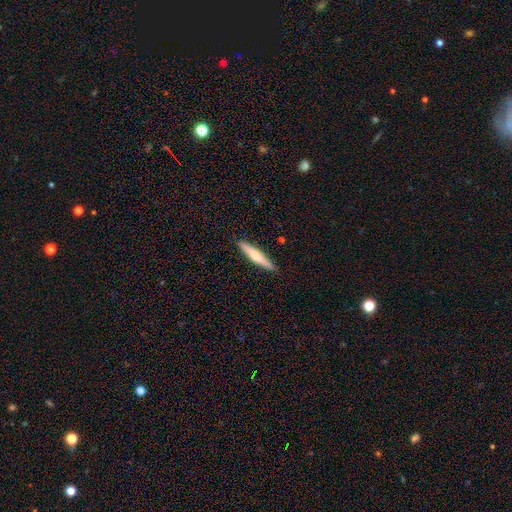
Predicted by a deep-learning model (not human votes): Overall: smooth (56%; featured or disk 39%). How rounded: cigar-shaped (91%). Merging: none (91%).